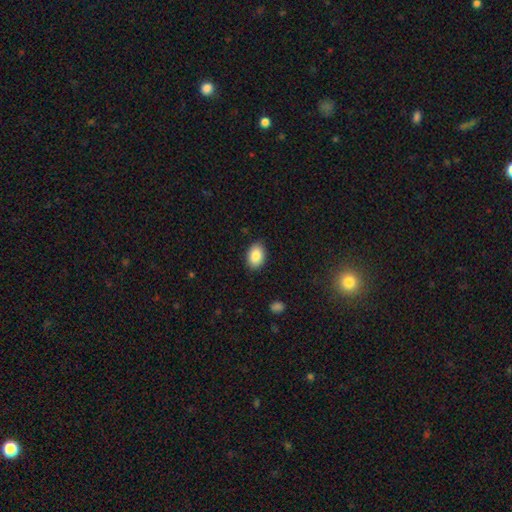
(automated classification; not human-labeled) Morphology: type=smooth (87%); roundness=in between (84%); merging=none (87%).